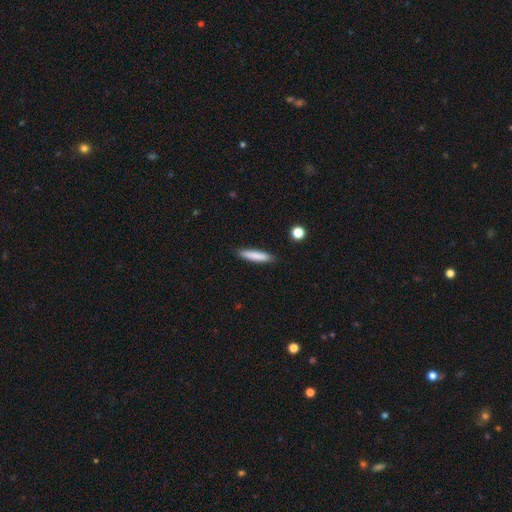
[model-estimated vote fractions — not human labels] This appears to be a smooth galaxy with no disk features (82%) that is cigar-shaped (87%). Merging: none (88%).